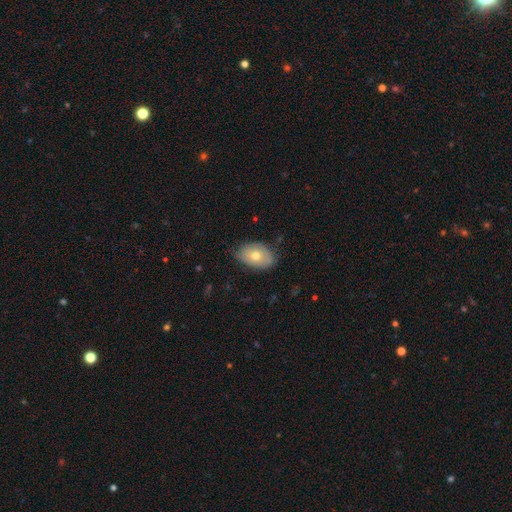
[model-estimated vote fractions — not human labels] Smooth or featured? smooth (65%)
How rounded? in between (87%)
Merging? none (73%)